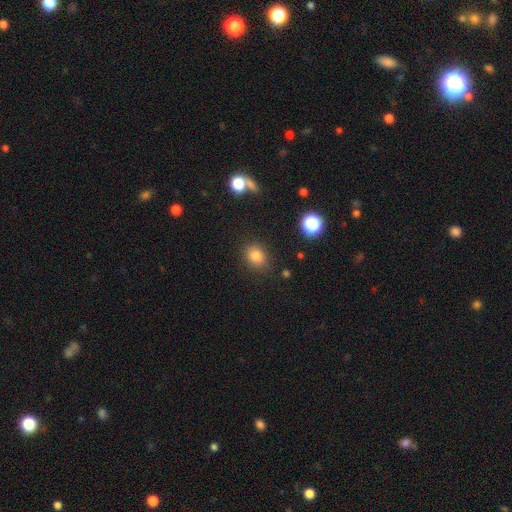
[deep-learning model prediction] smooth 81%, star or artifact 13%, featured or disk 7%. Down the decision tree: how rounded — round (58%); merging — none (84%).